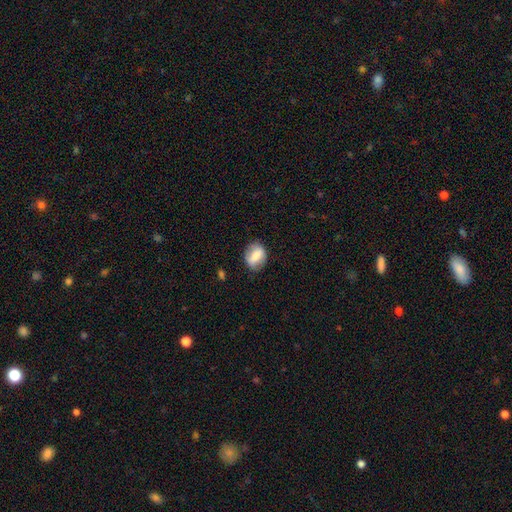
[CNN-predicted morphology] Smooth or featured: smooth — 69% (featured or disk — 23%)
How rounded: in between — 64% (round — 34%)
Merging: none — 78% (minor disturbance — 16%)